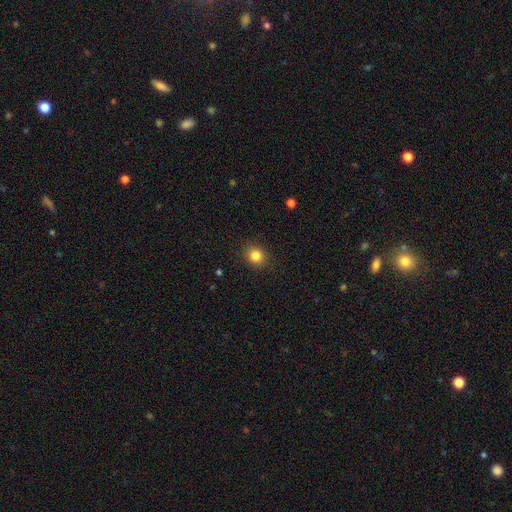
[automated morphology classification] Q: Smooth or featured?
A: smooth (84%); runner-up: star or artifact (11%)
Q: How rounded?
A: round (80%); runner-up: in between (19%)
Q: Merging?
A: none (90%); runner-up: minor disturbance (7%)